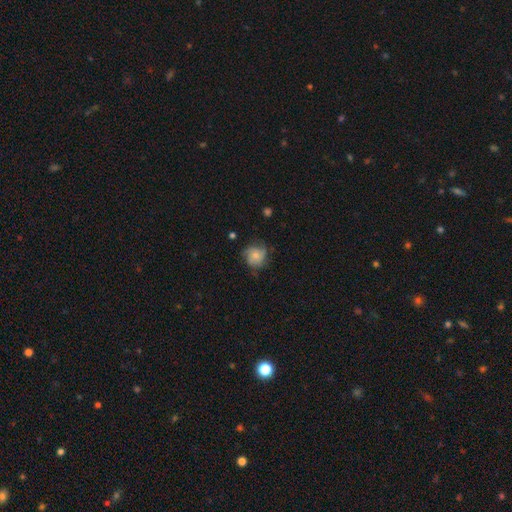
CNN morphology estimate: smooth 56%, featured or disk 36%, star or artifact 9%. Down the decision tree: how rounded — round (83%); merging — none (65%).